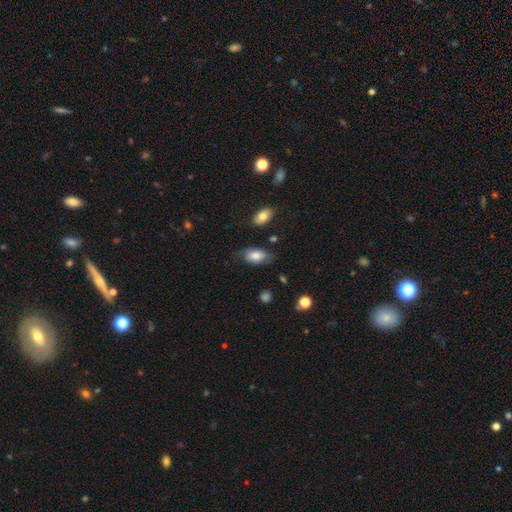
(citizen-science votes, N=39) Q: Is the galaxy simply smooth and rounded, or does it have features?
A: smooth — 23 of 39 (59%).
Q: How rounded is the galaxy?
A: in between — 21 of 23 (91%).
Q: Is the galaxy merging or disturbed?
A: none — 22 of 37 (59%).